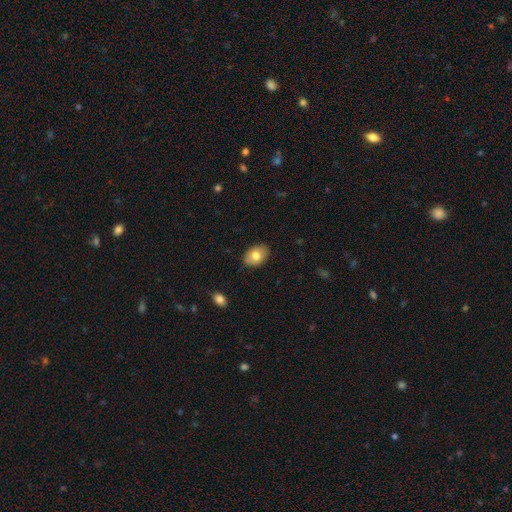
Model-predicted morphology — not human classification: Smooth or featured? Predicted: smooth (p=0.77). How rounded? Predicted: in between (p=0.80). Merging? Predicted: none (p=0.86).